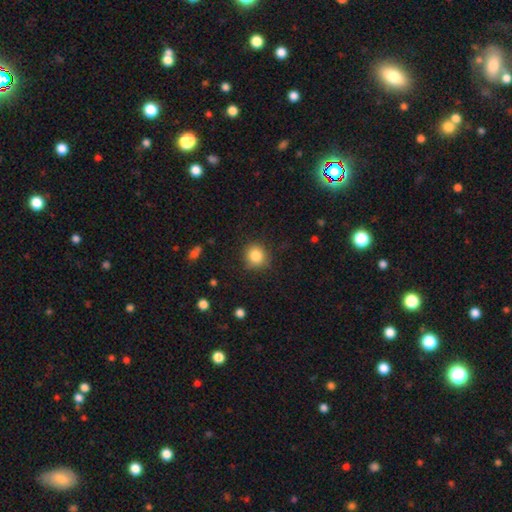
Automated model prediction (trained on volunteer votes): smooth_or_featured: smooth (p=0.83) [alt: star or artifact p=0.10]
how_rounded: round (p=0.87) [alt: in between p=0.12]
merging: none (p=0.83) [alt: minor disturbance p=0.12]